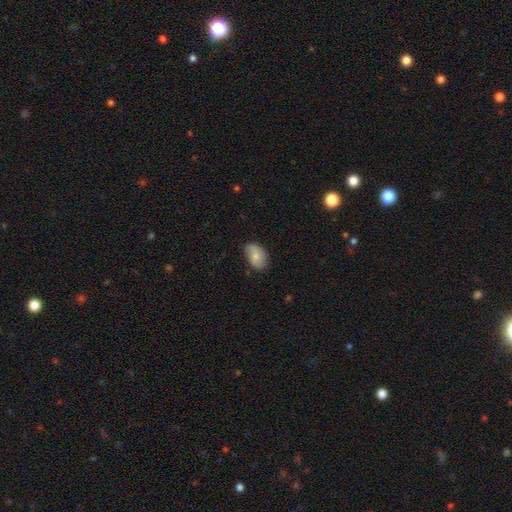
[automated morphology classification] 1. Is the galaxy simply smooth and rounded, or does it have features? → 65% smooth, 28% featured or disk, 7% star or artifact.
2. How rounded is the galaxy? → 88% in between, 11% round, 1% cigar-shaped.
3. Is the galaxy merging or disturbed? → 70% none, 24% minor disturbance, 5% major disturbance, 1% merger.